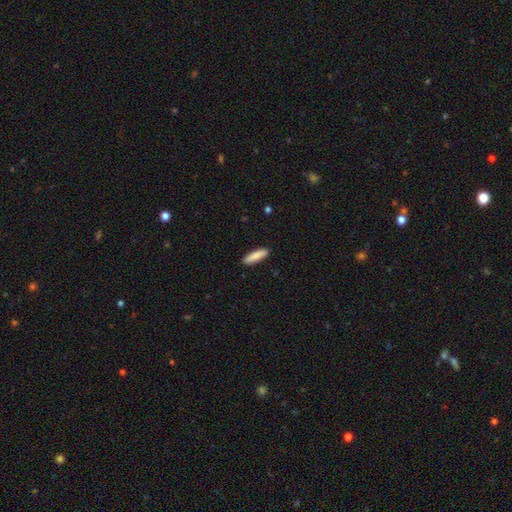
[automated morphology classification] Q: Smooth or featured?
A: smooth (83%); runner-up: featured or disk (11%)
Q: How rounded?
A: cigar-shaped (69%); runner-up: in between (29%)
Q: Merging?
A: none (90%); runner-up: minor disturbance (7%)